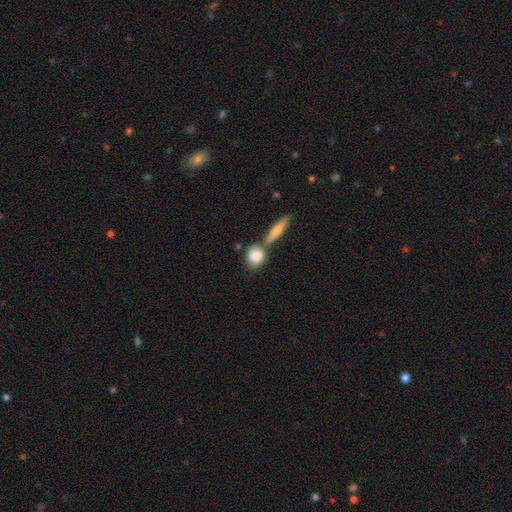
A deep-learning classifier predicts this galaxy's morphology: The model was most divided on "merging": none: 53%, merger: 30%, minor disturbance: 13%, major disturbance: 4%. More confident: smooth or featured — smooth (82%); how rounded — round (58%).